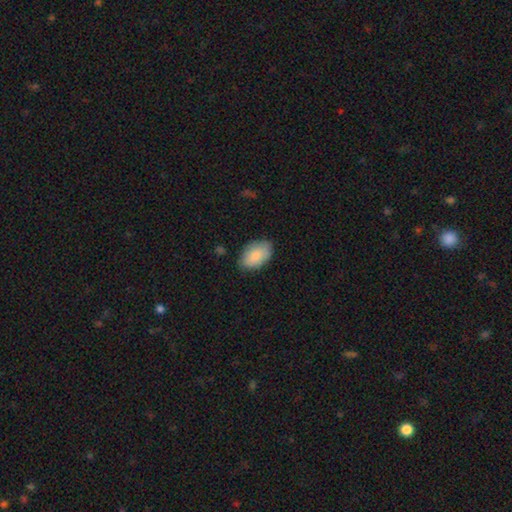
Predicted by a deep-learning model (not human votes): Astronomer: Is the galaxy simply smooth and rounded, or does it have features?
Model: smooth — 85%.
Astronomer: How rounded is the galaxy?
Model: in between — 92%.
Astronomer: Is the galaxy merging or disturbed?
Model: none — 78%.